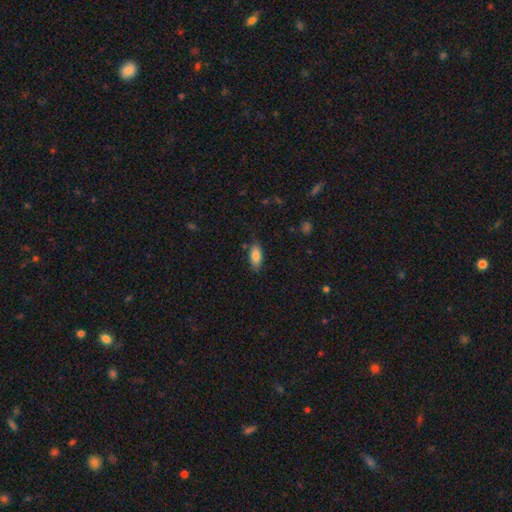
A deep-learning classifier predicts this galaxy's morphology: This appears to be a smooth galaxy with no disk features (83%) that is in between round and cigar-shaped (85%). Merging: none (80%).